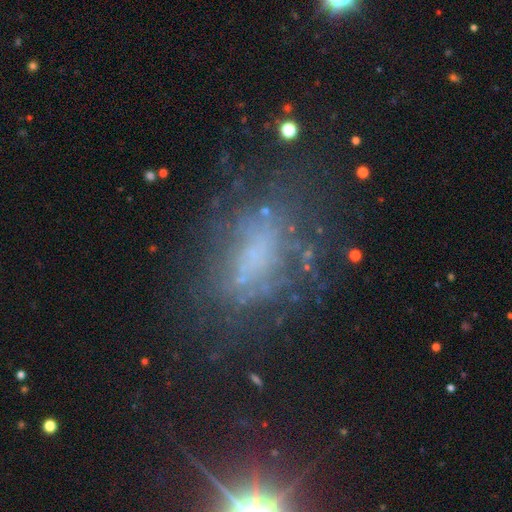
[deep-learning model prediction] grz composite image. It shows a featured or disk galaxy (40%). Merging: none (57%).